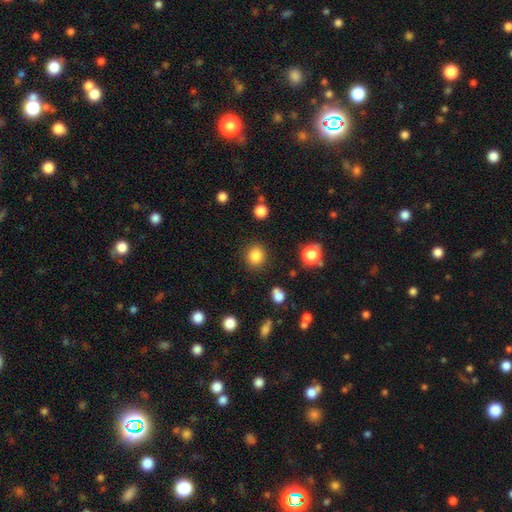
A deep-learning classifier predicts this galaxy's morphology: smooth_or_featured: smooth (p=0.85) [alt: star or artifact p=0.11]
how_rounded: round (p=0.84) [alt: in between p=0.15]
merging: none (p=0.88) [alt: minor disturbance p=0.07]